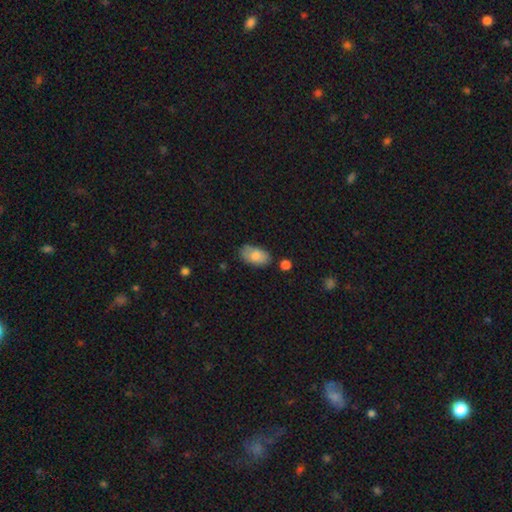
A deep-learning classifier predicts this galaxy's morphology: A smooth galaxy with no disk features (79%) that is in between round and cigar-shaped (93%).

Vote fractions:
- Smooth or featured? smooth: 79% / featured or disk: 14% / star or artifact: 7%
- How rounded? in between: 93% / round: 5% / cigar-shaped: 2%
- Merging? none: 70% / minor disturbance: 21% / merger: 5% / major disturbance: 4%